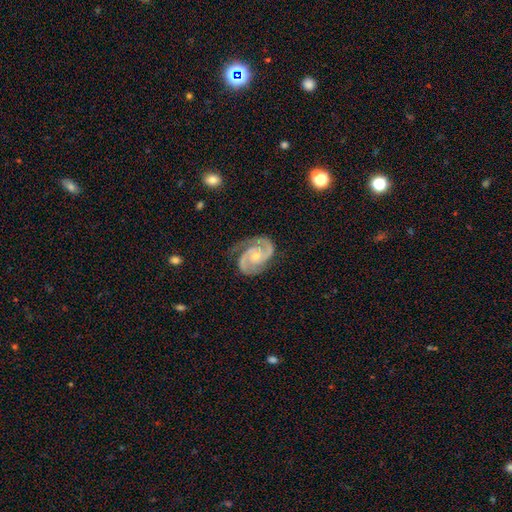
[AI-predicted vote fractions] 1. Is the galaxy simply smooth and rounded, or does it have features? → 93% featured or disk, 4% star or artifact, 3% smooth.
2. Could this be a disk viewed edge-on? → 98% no, 2% yes.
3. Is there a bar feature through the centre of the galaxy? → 65% no, 28% weak, 7% strong.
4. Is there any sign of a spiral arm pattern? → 99% yes, 1% no.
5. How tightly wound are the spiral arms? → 48% medium, 46% tight, 7% loose.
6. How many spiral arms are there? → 92% 2, 3% 3, 2% can't tell, 1% 1, 1% 4, 1% more than 4.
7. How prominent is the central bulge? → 52% small, 42% moderate, 3% none, 2% large, 1% dominant.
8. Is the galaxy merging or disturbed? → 78% none, 16% minor disturbance, 5% major disturbance, 1% merger.